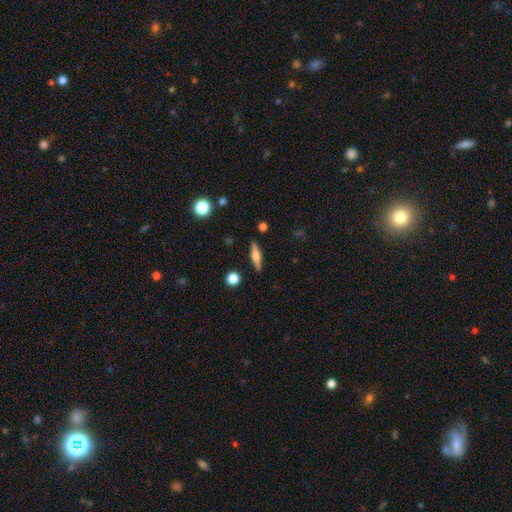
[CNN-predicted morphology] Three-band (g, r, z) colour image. It shows a featured or disk galaxy (54%) viewed edge-on (96%) with a rounded central bulge (87%). Merging: none (88%).